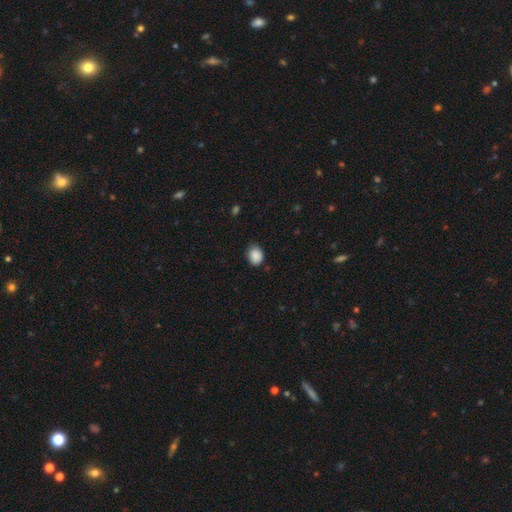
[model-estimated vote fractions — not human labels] smooth_or_featured: smooth (p=0.89) [alt: star or artifact p=0.08]
how_rounded: round (p=0.52) [alt: in between p=0.47]
merging: none (p=0.76) [alt: minor disturbance p=0.19]